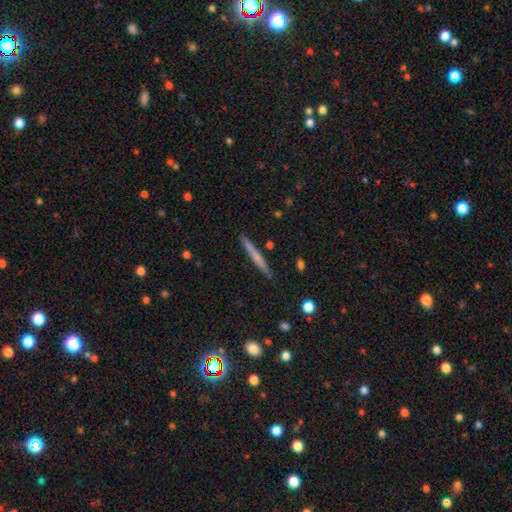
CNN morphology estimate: A smooth galaxy with no disk features (56%) that is cigar-shaped (96%). Merging: none (90%).